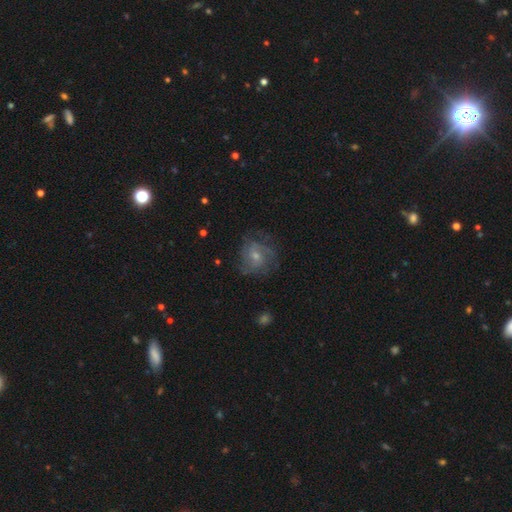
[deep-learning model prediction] Smooth or featured: featured or disk — 68% (smooth — 18%)
Edge-on disk: no — 97% (yes — 3%)
Bar: no — 62% (weak — 32%)
Spiral arms: yes — 91% (no — 9%)
Spiral winding: tight — 49% (medium — 40%)
Spiral arm count: can't tell — 35% (3 — 24%)
Bulge size: small — 56% (moderate — 38%)
Merging: none — 75% (minor disturbance — 15%)